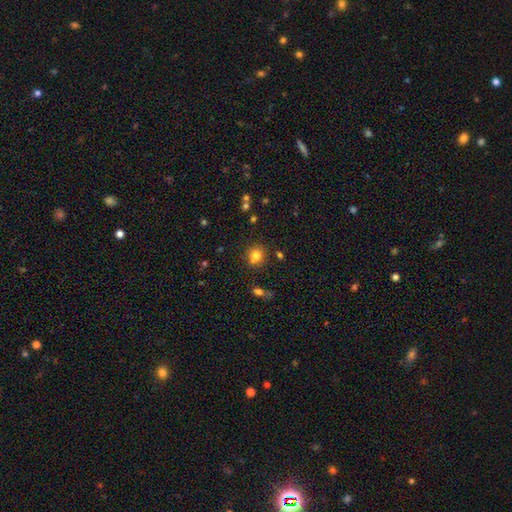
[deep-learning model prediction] A smooth galaxy with no disk features (78%) that is round (82%).

Vote fractions:
- Smooth or featured? smooth: 78% / star or artifact: 14% / featured or disk: 8%
- How rounded? round: 82% / in between: 17% / cigar-shaped: 1%
- Merging? none: 70% / merger: 14% / minor disturbance: 12% / major disturbance: 4%